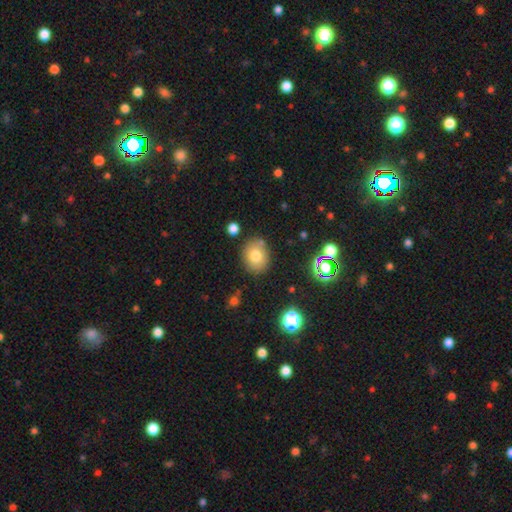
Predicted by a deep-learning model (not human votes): This is likely a smooth galaxy (77%). How rounded: possibly round (53%). Merging: likely none (80%).